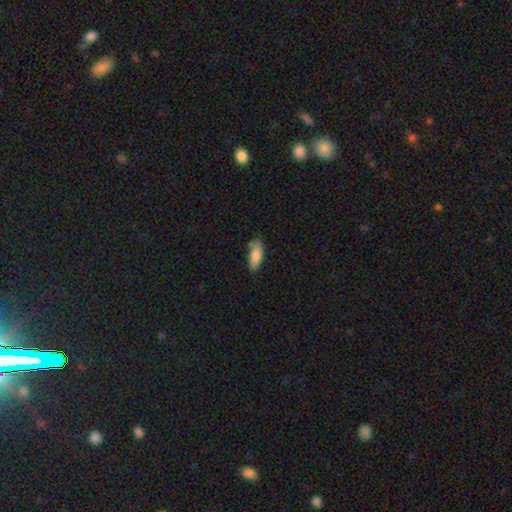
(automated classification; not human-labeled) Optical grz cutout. It shows a smooth galaxy with no disk features (84%) that is in between round and cigar-shaped (73%). Merging: none (68%).